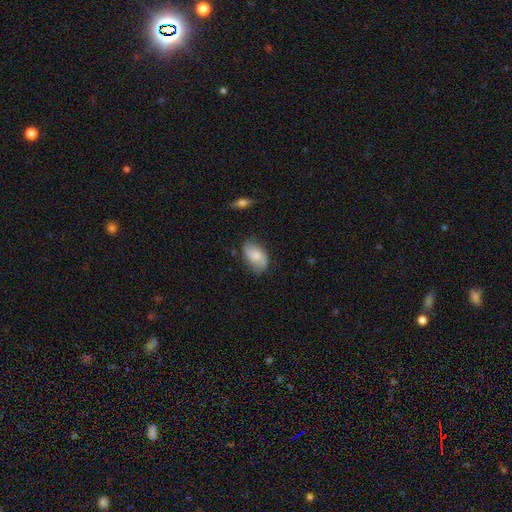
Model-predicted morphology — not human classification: type=smooth (65%); roundness=in between (92%); merging=none (66%).